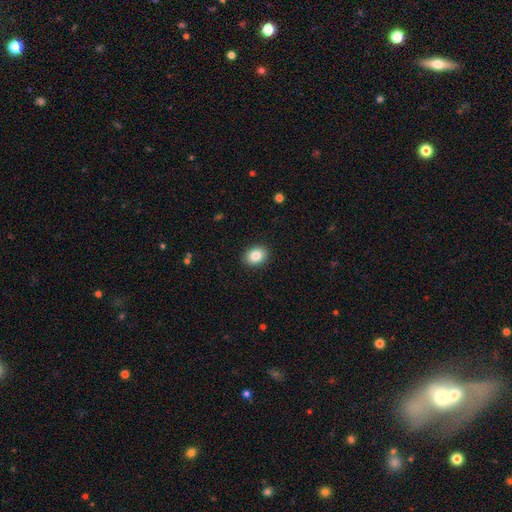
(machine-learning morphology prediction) A smooth galaxy with no disk features (86%) that is in between round and cigar-shaped (58%).

Vote fractions:
- Smooth or featured? smooth: 86% / star or artifact: 8% / featured or disk: 6%
- How rounded? in between: 58% / round: 41% / cigar-shaped: 1%
- Merging? none: 91% / minor disturbance: 6% / major disturbance: 2% / merger: 1%